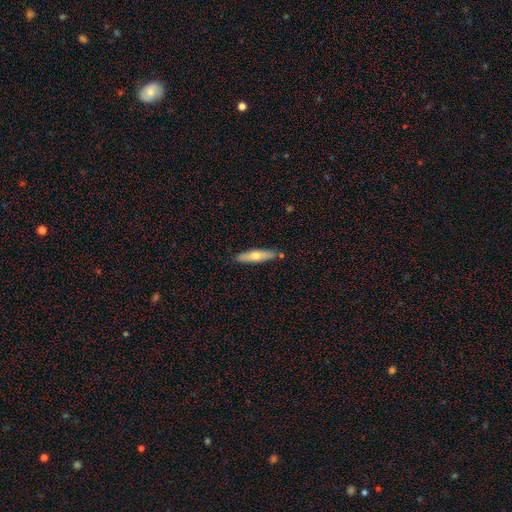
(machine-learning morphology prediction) smooth 53%, featured or disk 41%, star or artifact 6%. Down the decision tree: how rounded — cigar-shaped (77%); merging — none (84%).